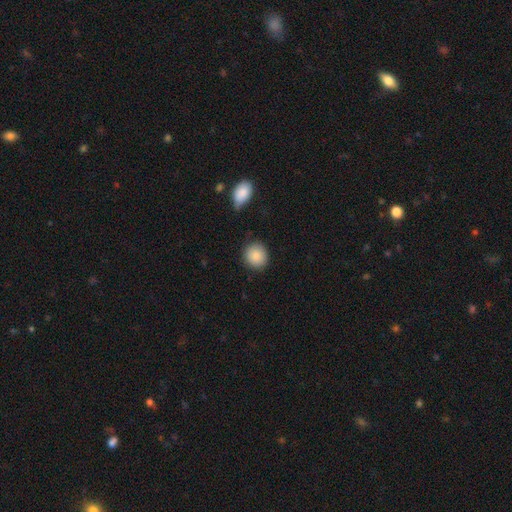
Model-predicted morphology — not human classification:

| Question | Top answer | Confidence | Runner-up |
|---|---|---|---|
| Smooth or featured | smooth | 88% | star or artifact (7%) |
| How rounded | round | 84% | in between (15%) |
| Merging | none | 84% | minor disturbance (11%) |